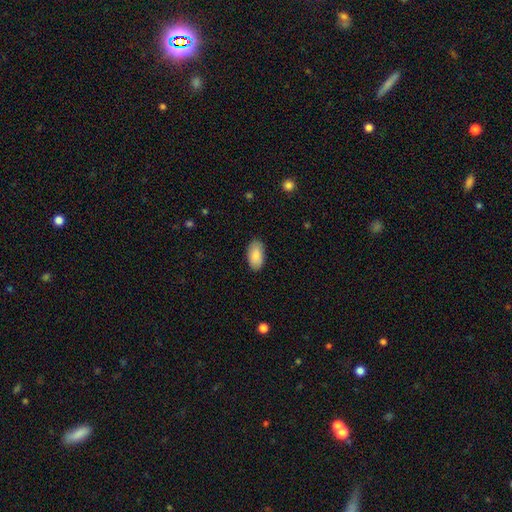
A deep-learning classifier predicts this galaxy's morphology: type=smooth (87%); roundness=in between (95%); merging=none (86%).